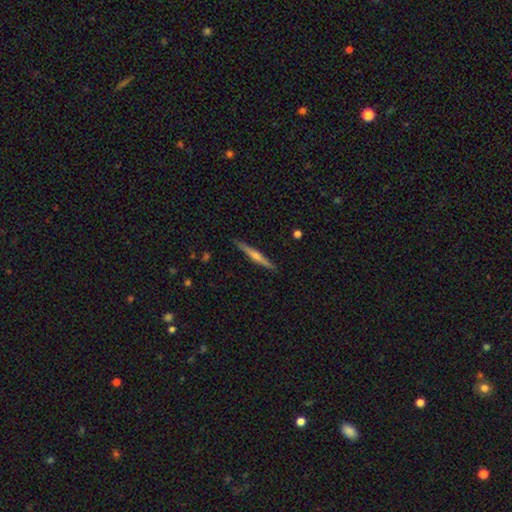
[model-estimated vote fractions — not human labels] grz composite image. It shows a featured or disk galaxy (74%) viewed edge-on (98%) with a rounded central bulge (84%). Merging: none (91%).